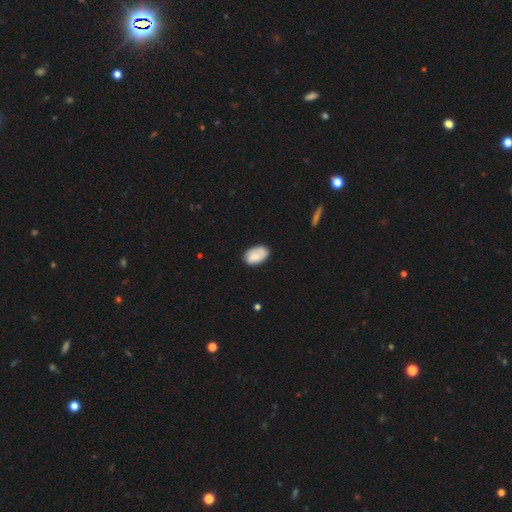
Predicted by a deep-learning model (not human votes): The model was most divided on "smooth or featured": smooth: 69%, featured or disk: 24%, star or artifact: 7%. More confident: how rounded — in between (92%); merging — none (72%).